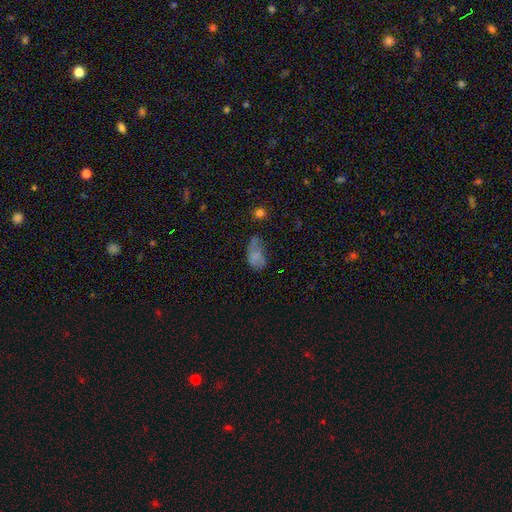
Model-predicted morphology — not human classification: smooth_or_featured: smooth (p=0.66) [alt: featured or disk p=0.21]
how_rounded: in between (p=0.91) [alt: round p=0.06]
merging: none (p=0.36) [alt: minor disturbance p=0.33]